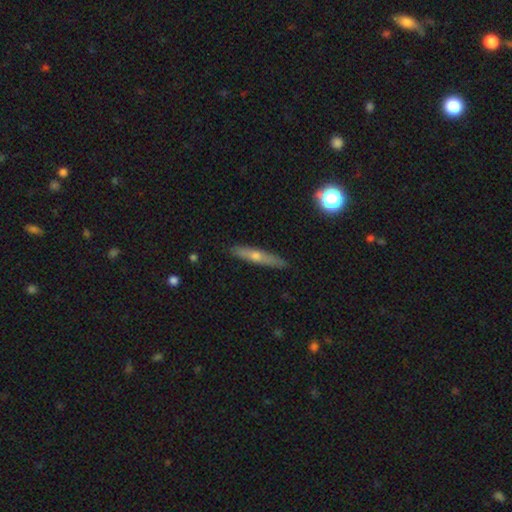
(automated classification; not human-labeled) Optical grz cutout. It shows a featured or disk galaxy (58%) viewed edge-on (92%) with a rounded central bulge (85%). Merging: none (89%).